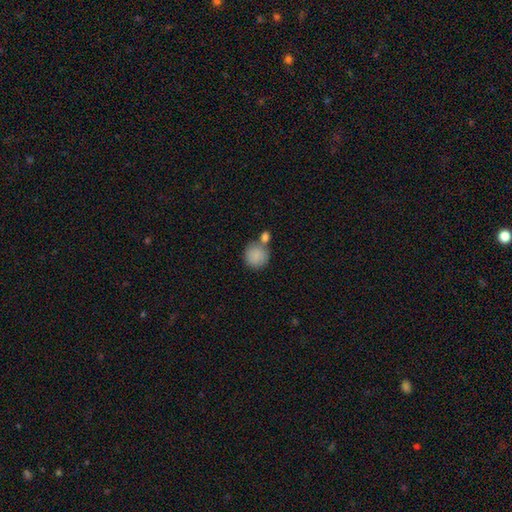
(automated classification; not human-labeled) smooth 87%, star or artifact 7%, featured or disk 6%. Down the decision tree: how rounded — round (90%); merging — none (56%).